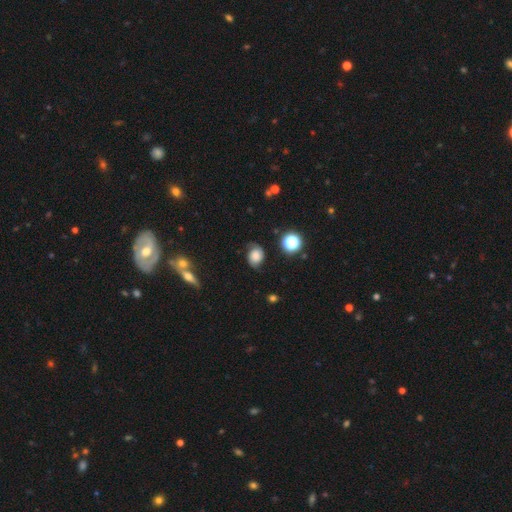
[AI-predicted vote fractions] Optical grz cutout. It shows a smooth galaxy with no disk features (47%). Merging: none (64%).